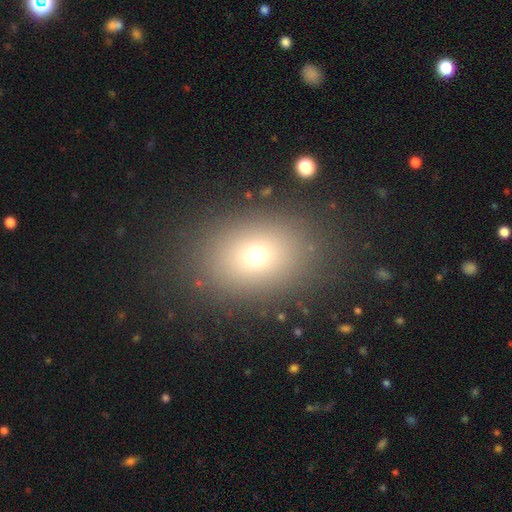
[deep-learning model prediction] This appears to be a smooth galaxy with no disk features (70%) that is in between round and cigar-shaped (62%). Merging: none (86%).